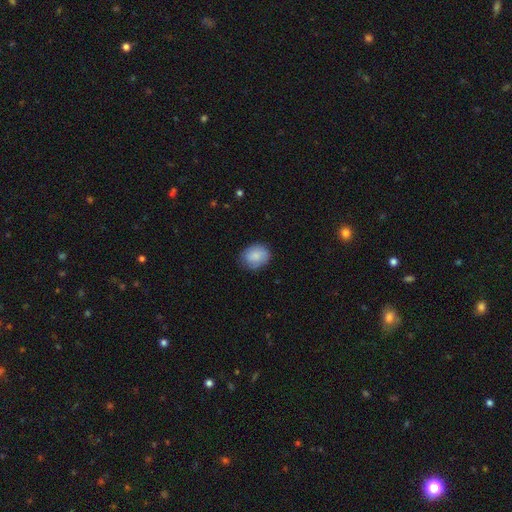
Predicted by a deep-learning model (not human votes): Smooth or featured? smooth (82%)
How rounded? in between (50%)
Merging? none (75%)